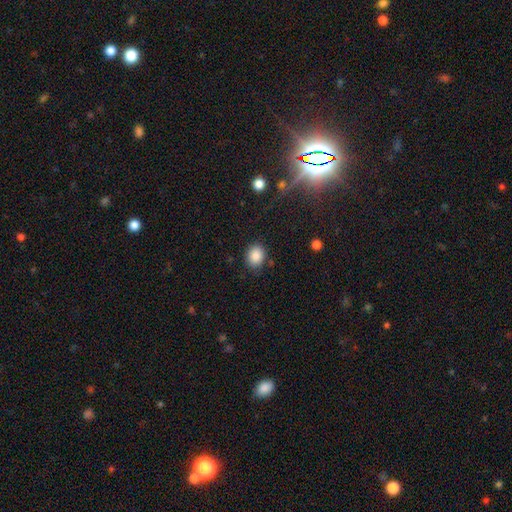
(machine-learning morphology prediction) A smooth galaxy with no disk features (87%) that is round (61%). Merging: none (83%).